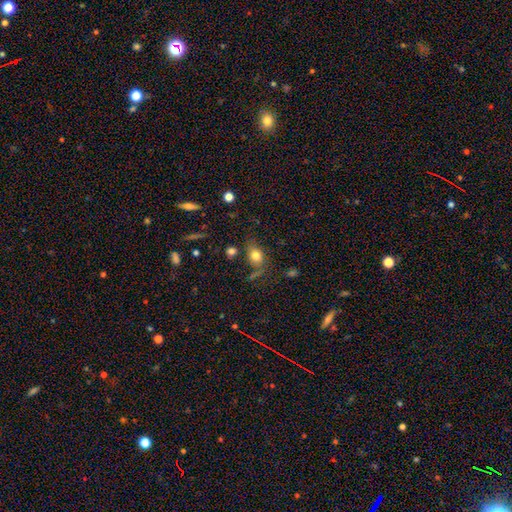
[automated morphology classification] smooth_or_featured: smooth (p=0.78) [alt: featured or disk p=0.11]
how_rounded: in between (p=0.67) [alt: round p=0.31]
merging: none (p=0.67) [alt: minor disturbance p=0.19]